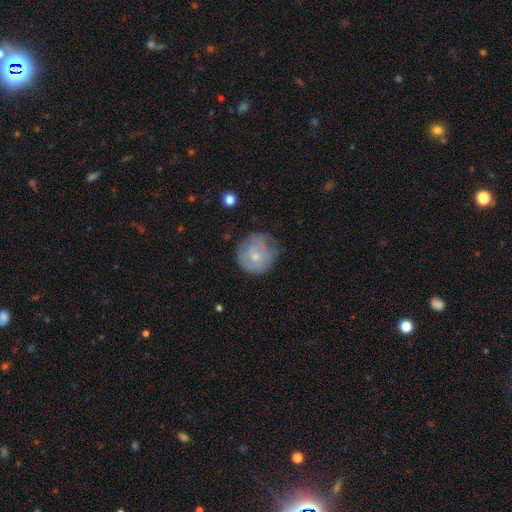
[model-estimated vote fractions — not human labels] Smooth or featured?
  - smooth: 61% *
  - featured or disk: 32%
  - star or artifact: 7%
How rounded?
  - round: 89% *
  - in between: 10%
  - cigar-shaped: 1%
Merging?
  - none: 56% *
  - minor disturbance: 31%
  - major disturbance: 12%
  - merger: 2%